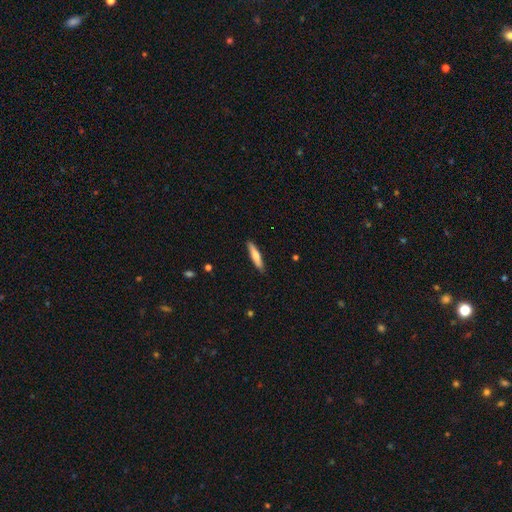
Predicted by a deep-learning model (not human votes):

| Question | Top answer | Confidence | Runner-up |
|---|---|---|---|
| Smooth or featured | smooth | 67% | featured or disk (28%) |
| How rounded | cigar-shaped | 86% | in between (13%) |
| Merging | none | 88% | minor disturbance (9%) |